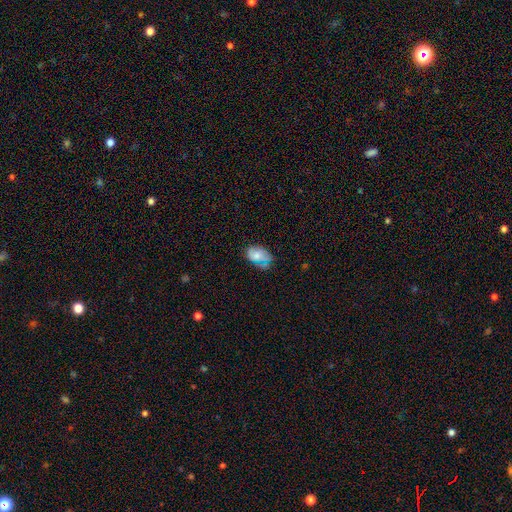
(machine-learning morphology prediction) smooth-or-featured: smooth: 69% | featured or disk: 17% | star or artifact: 15%
  how-rounded: in between: 86% | round: 12% | cigar-shaped: 2%
  merging: none: 68% | minor disturbance: 23% | major disturbance: 6% | merger: 4%